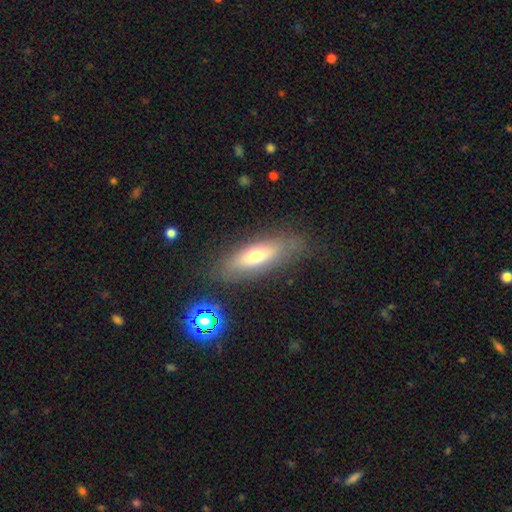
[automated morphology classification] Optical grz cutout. It shows a smooth galaxy with no disk features (61%) that is in between round and cigar-shaped (52%). Merging: none (78%).